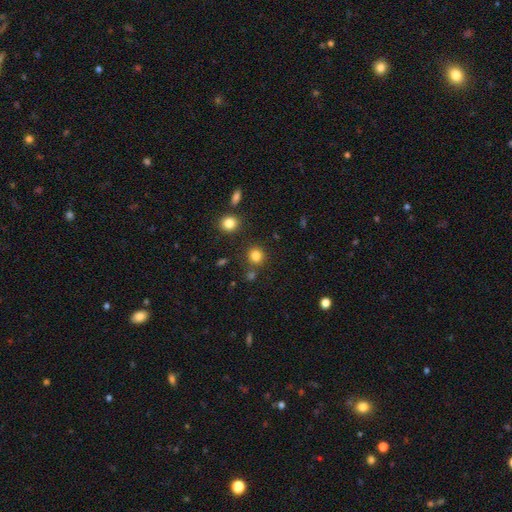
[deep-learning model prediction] Smooth or featured: smooth — 83% (star or artifact — 12%)
How rounded: round — 88% (in between — 11%)
Merging: none — 82% (minor disturbance — 8%)